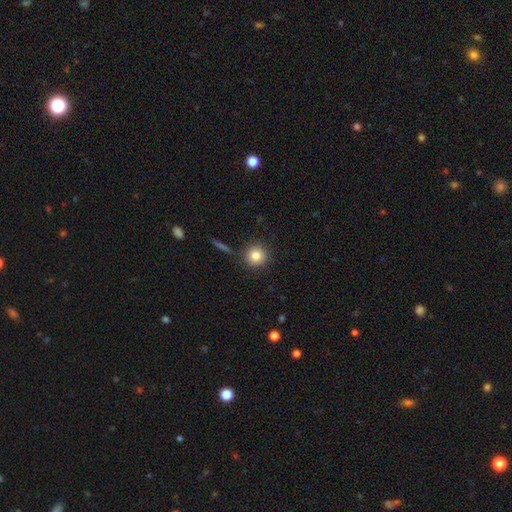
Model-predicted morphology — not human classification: Smooth or featured: smooth — 83% (star or artifact — 10%)
How rounded: round — 95% (in between — 4%)
Merging: none — 88% (minor disturbance — 7%)